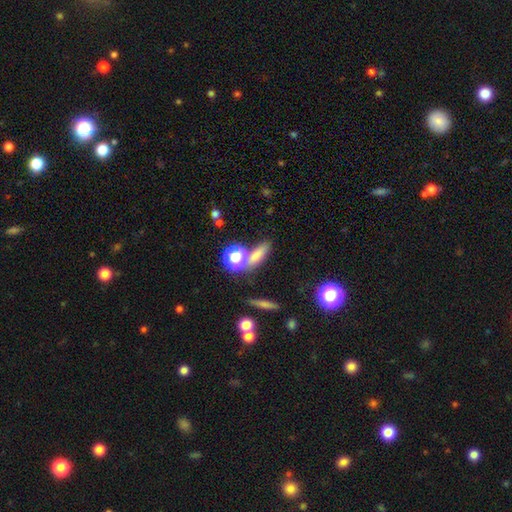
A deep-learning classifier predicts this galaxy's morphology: Overall: smooth (69%). How rounded: in between (42%; cigar-shaped 39%). Merging: none (61%; merger 22%).